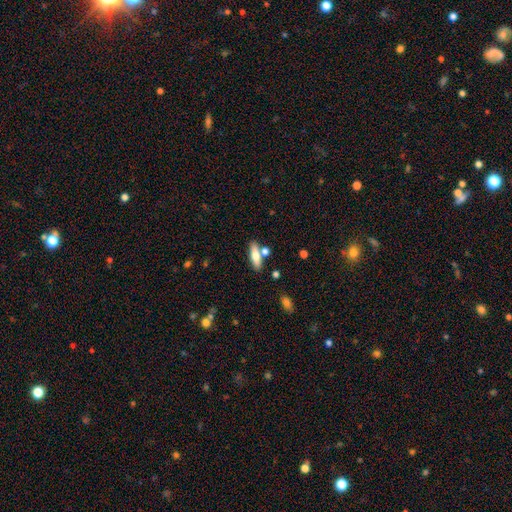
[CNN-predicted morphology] Smooth or featured? smooth (67%)
How rounded? cigar-shaped (55%)
Merging? none (72%)